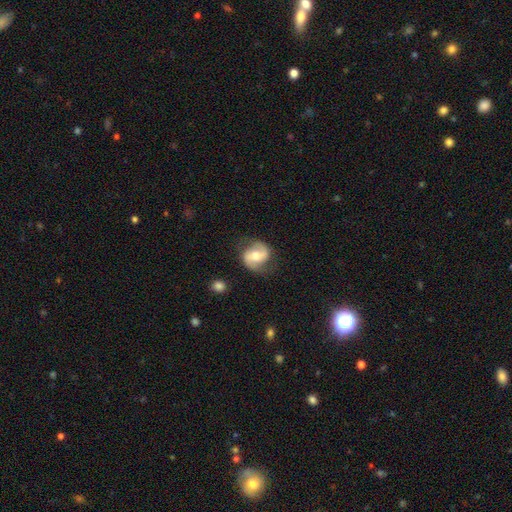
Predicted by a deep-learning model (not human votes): Morphology: type=featured or disk (69%); edge-on=no (97%); bar=weak (42%); spiral arms=yes (90%); winding=medium (45%); arm count=2 (90%); bulge=moderate (64%); merging=none (74%).